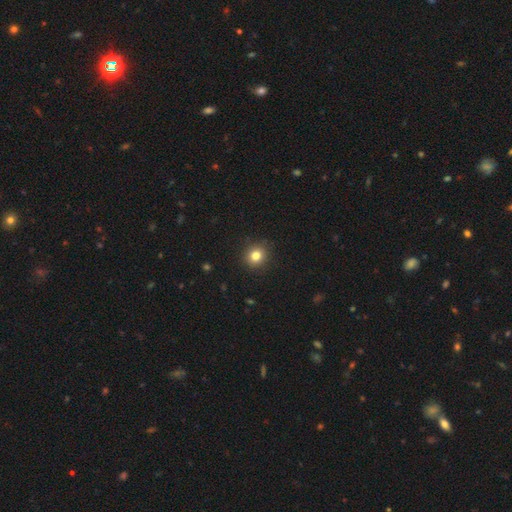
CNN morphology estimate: smooth_or_featured: smooth (p=0.82) [alt: star or artifact p=0.12]
how_rounded: round (p=0.87) [alt: in between p=0.12]
merging: none (p=0.91) [alt: minor disturbance p=0.06]